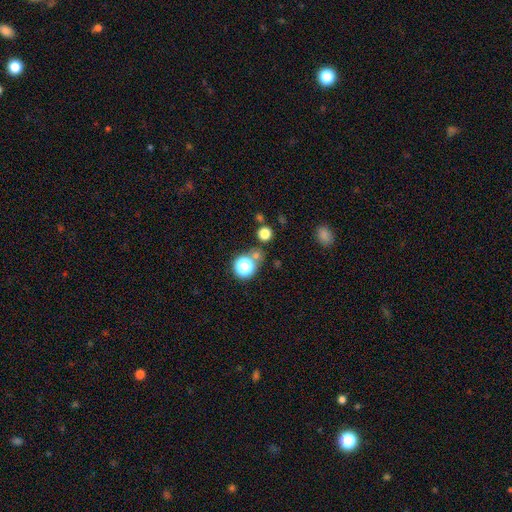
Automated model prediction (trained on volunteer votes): Smooth or featured? Predicted: smooth (p=0.66). How rounded? Predicted: round (p=0.87). Merging? Predicted: none (p=0.68).